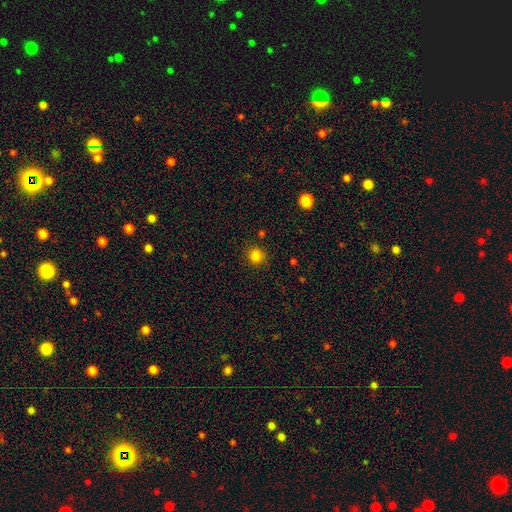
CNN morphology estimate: The model was most divided on "smooth or featured": smooth: 83%, star or artifact: 13%, featured or disk: 4%. More confident: how rounded — round (91%); merging — none (88%).